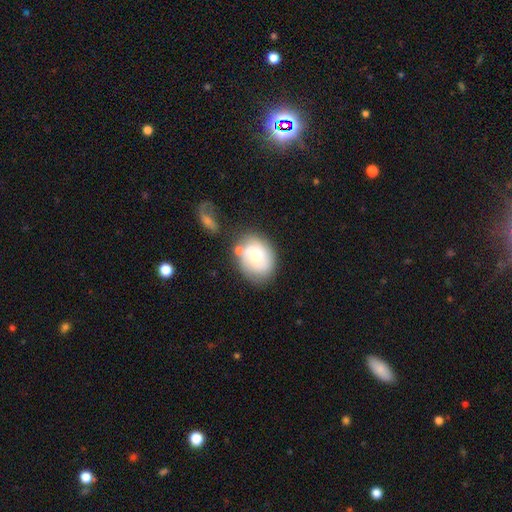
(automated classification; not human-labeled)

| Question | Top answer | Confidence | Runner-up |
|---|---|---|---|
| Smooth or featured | smooth | 65% | featured or disk (27%) |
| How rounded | in between | 59% | round (40%) |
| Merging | none | 60% | minor disturbance (19%) |